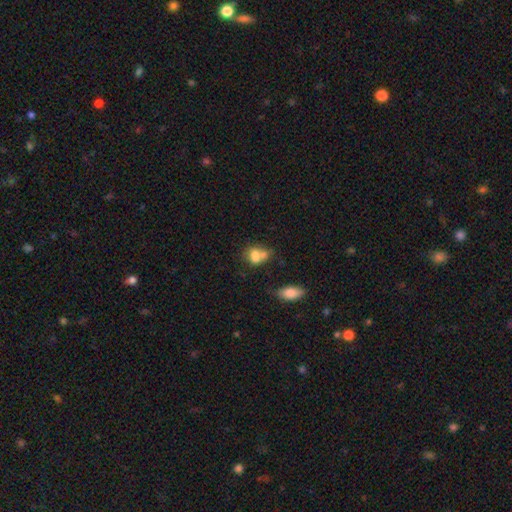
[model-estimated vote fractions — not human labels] smooth-or-featured: smooth: 72% | featured or disk: 17% | star or artifact: 11%
  how-rounded: in between: 66% | round: 32% | cigar-shaped: 2%
  merging: merger: 51% | none: 27% | minor disturbance: 15% | major disturbance: 8%